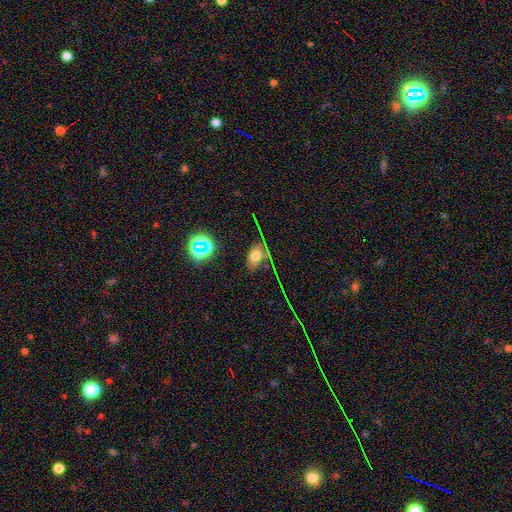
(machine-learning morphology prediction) This is likely a smooth galaxy (65%). How rounded: likely in between (80%). Merging: likely none (60%).